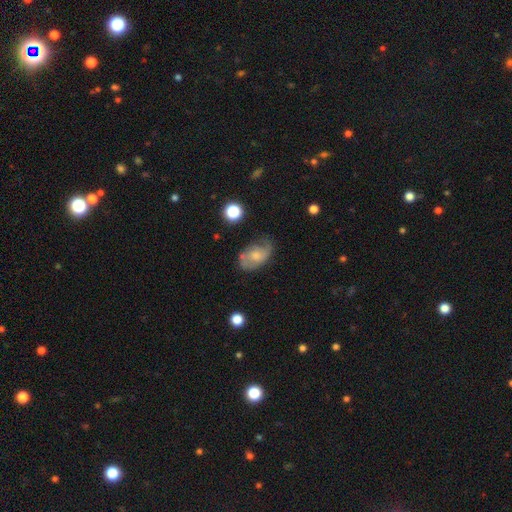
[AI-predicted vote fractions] smooth-or-featured: featured or disk: 54% | smooth: 38% | star or artifact: 8%
  disk-edge-on: no: 95% | yes: 5%
    bar: no: 68% | weak: 28% | strong: 4%
    has-spiral-arms: yes: 80% | no: 20%
    bulge-size: moderate: 43% | small: 38% | none: 10% | large: 7% | dominant: 2%
  merging: none: 55% | minor disturbance: 28% | major disturbance: 13% | merger: 4%